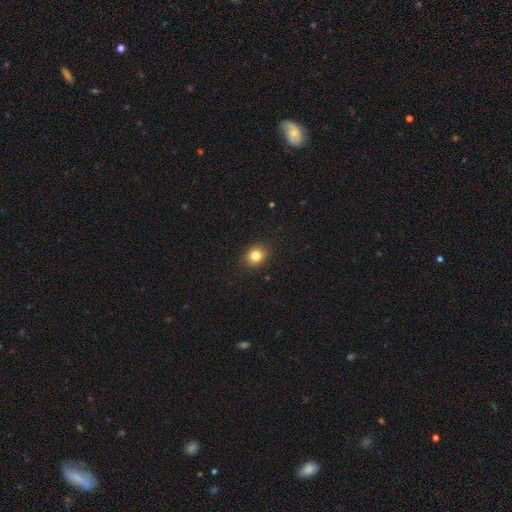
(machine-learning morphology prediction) This is clearly a smooth galaxy (82%). How rounded: likely round (64%). Merging: clearly none (89%).